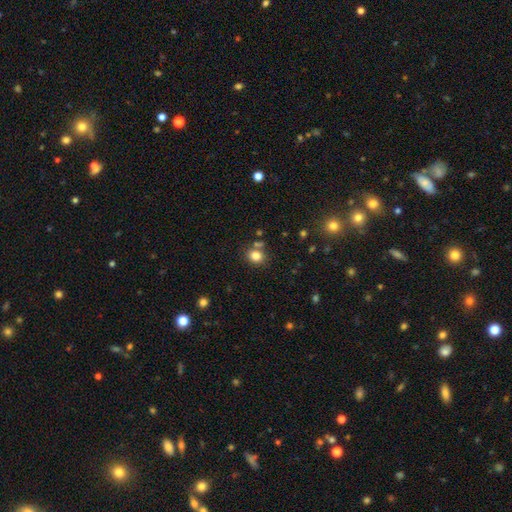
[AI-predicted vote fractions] smooth_or_featured: smooth (p=0.81) [alt: star or artifact p=0.12]
how_rounded: round (p=0.66) [alt: in between p=0.33]
merging: none (p=0.72) [alt: merger p=0.13]